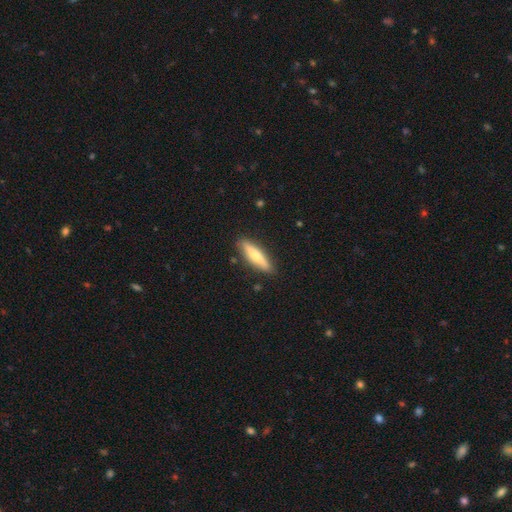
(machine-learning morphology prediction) This is possibly a smooth galaxy (58%). How rounded: likely cigar-shaped (74%). Merging: clearly none (87%).